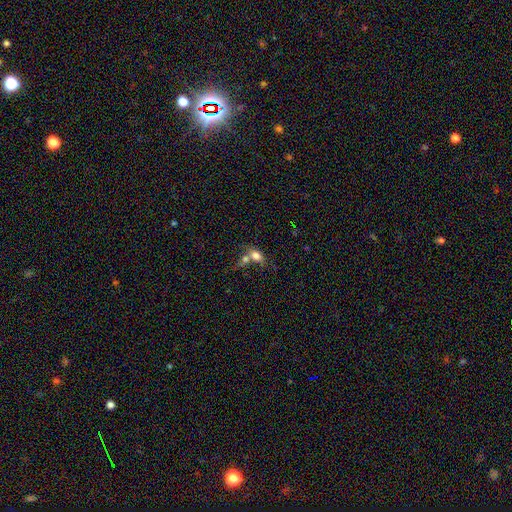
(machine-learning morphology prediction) smooth-or-featured: smooth: 74% | featured or disk: 15% | star or artifact: 11%
  how-rounded: in between: 73% | round: 22% | cigar-shaped: 5%
  merging: merger: 50% | none: 31% | minor disturbance: 11% | major disturbance: 8%